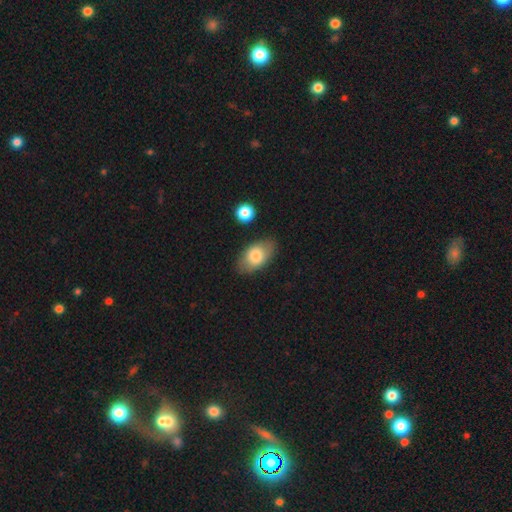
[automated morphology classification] Smooth or featured? smooth (78%)
How rounded? in between (91%)
Merging? none (80%)